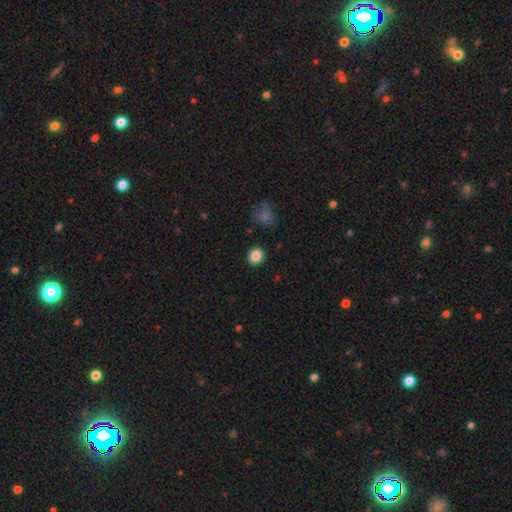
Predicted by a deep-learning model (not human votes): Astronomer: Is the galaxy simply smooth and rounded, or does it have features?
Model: smooth — 86%.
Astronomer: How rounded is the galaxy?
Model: round — 75%.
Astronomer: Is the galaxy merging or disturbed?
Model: none — 90%.